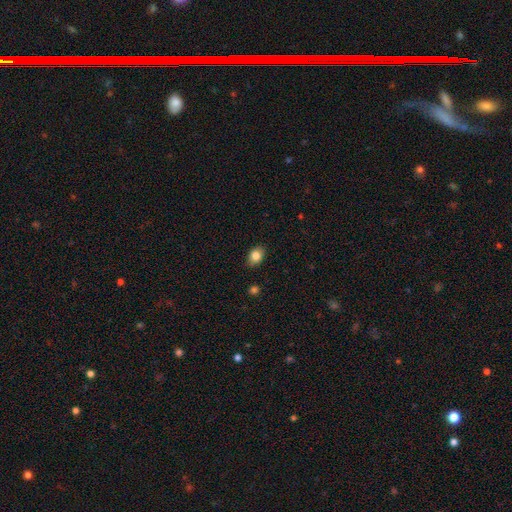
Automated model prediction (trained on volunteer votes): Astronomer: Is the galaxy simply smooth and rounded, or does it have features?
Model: smooth — 84%.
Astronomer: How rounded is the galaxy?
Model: in between — 73%.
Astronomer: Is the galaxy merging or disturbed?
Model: none — 85%.